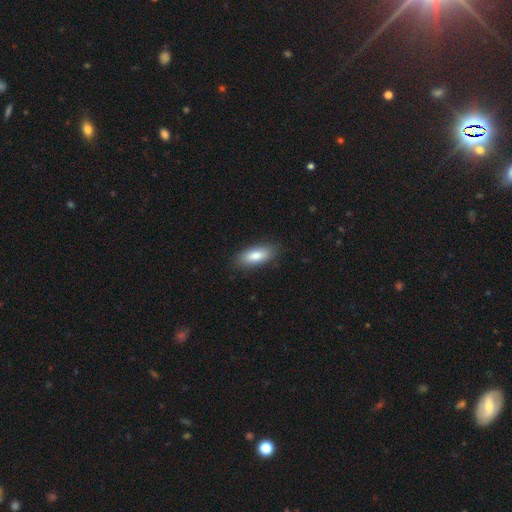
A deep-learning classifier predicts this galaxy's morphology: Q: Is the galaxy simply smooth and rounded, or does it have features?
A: smooth — 83%.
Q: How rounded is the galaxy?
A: in between — 81%.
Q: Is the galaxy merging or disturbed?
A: none — 87%.